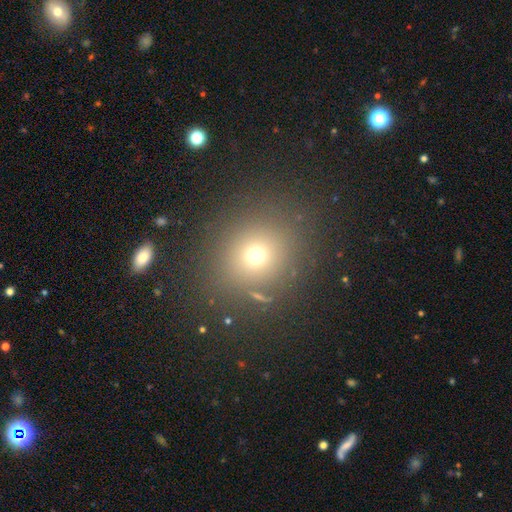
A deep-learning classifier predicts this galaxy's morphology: Smooth or featured?
  - smooth: 68% *
  - star or artifact: 23%
  - featured or disk: 10%
How rounded?
  - round: 85% *
  - in between: 14%
  - cigar-shaped: 1%
Merging?
  - none: 84% *
  - minor disturbance: 8%
  - major disturbance: 4%
  - merger: 4%